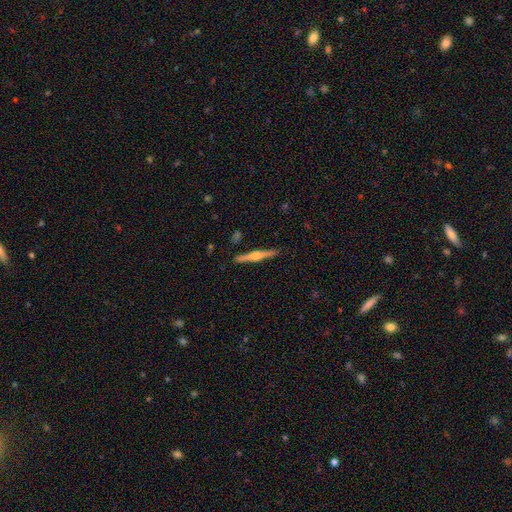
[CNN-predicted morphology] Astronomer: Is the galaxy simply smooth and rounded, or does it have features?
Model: featured or disk — 72%.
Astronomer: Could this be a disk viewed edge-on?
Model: yes — 98%.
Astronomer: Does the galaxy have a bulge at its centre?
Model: rounded — 87%.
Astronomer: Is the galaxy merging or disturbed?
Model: none — 91%.